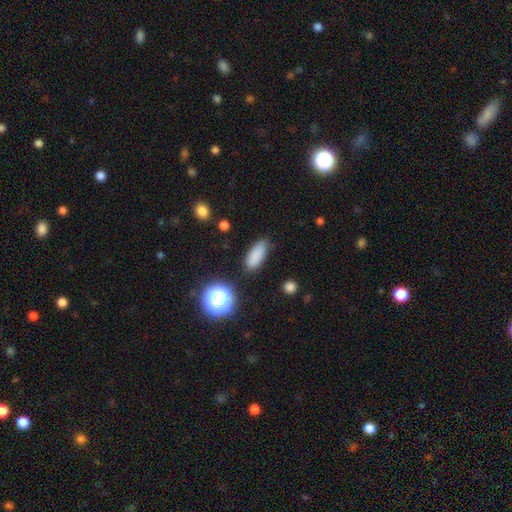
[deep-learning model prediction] smooth 84%, star or artifact 10%, featured or disk 6%. Down the decision tree: how rounded — in between (75%); merging — none (80%).